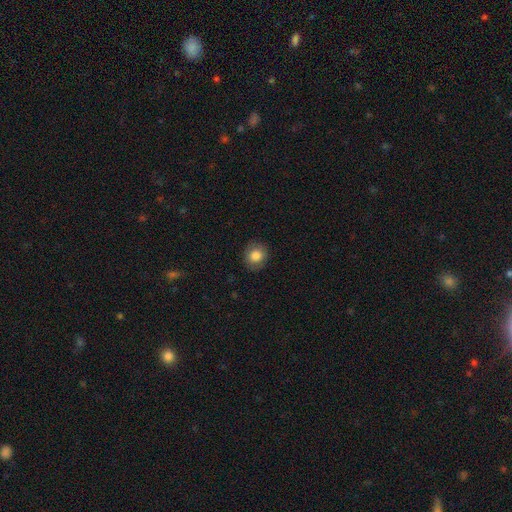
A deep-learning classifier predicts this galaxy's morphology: A smooth galaxy with no disk features (83%) that is round (82%).

Vote fractions:
- Smooth or featured? smooth: 83% / star or artifact: 9% / featured or disk: 8%
- How rounded? round: 82% / in between: 17% / cigar-shaped: 1%
- Merging? none: 88% / minor disturbance: 9% / major disturbance: 2% / merger: 1%